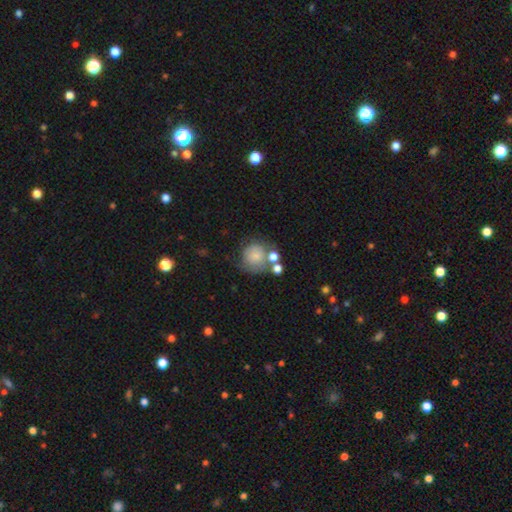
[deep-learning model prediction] Smooth or featured: smooth — 73% (featured or disk — 17%)
How rounded: round — 87% (in between — 12%)
Merging: none — 47% (merger — 23%)